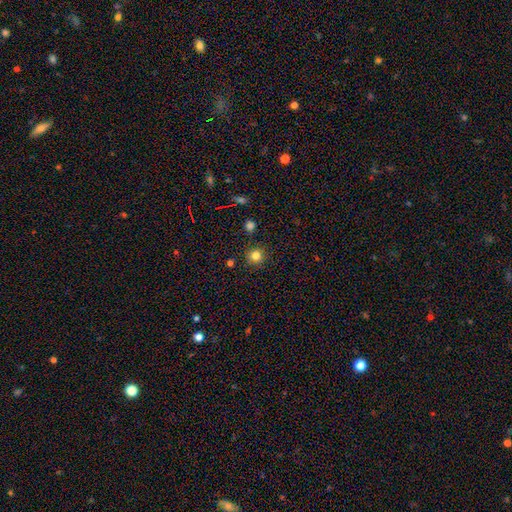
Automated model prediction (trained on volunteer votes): The model was most divided on "smooth or featured": smooth: 81%, star or artifact: 14%, featured or disk: 6%. More confident: how rounded — round (93%); merging — none (89%).